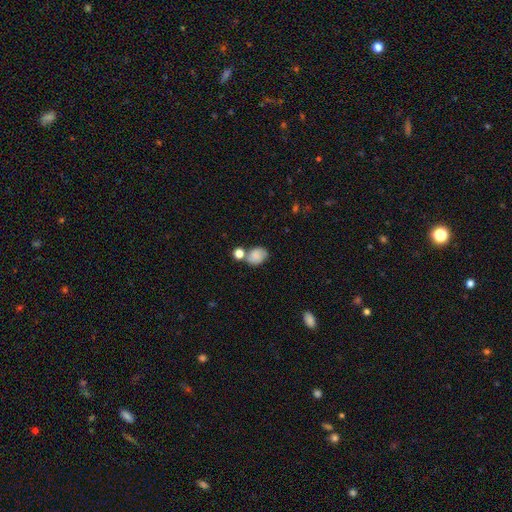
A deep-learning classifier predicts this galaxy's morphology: type=smooth (77%); roundness=in between (56%); merging=none (48%).